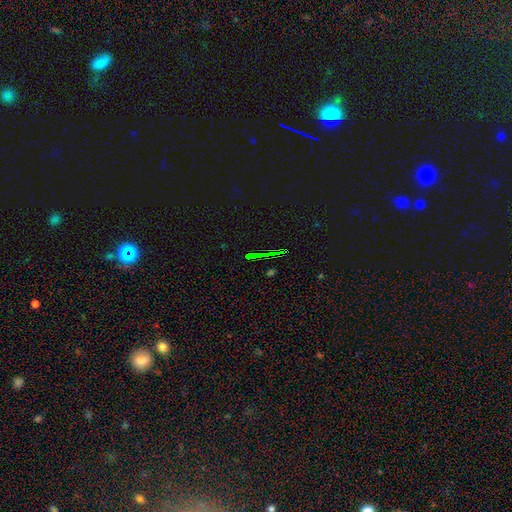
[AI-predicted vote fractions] This is likely a star or artifact rather than a galaxy (70%).